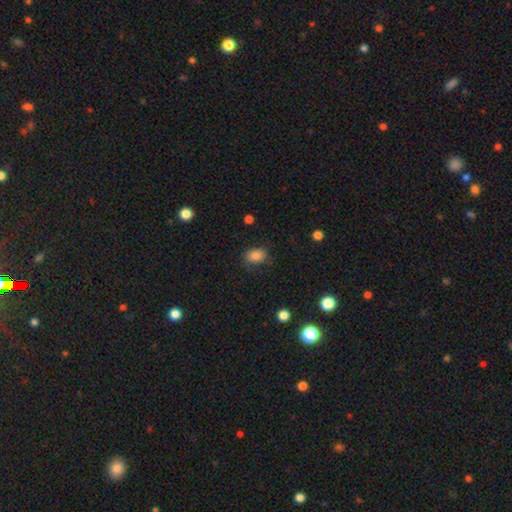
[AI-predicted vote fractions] Overall: smooth (82%). How rounded: in between (65%; round 34%). Merging: none (75%).